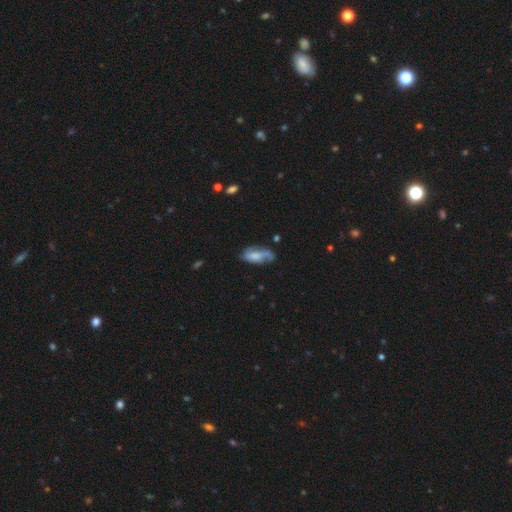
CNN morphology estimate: A smooth galaxy with no disk features (52%) that is in between round and cigar-shaped (81%).

Vote fractions:
- Smooth or featured? smooth: 52% / featured or disk: 40% / star or artifact: 8%
- How rounded? in between: 81% / cigar-shaped: 16% / round: 3%
- Merging? none: 41% / minor disturbance: 29% / major disturbance: 23% / merger: 7%